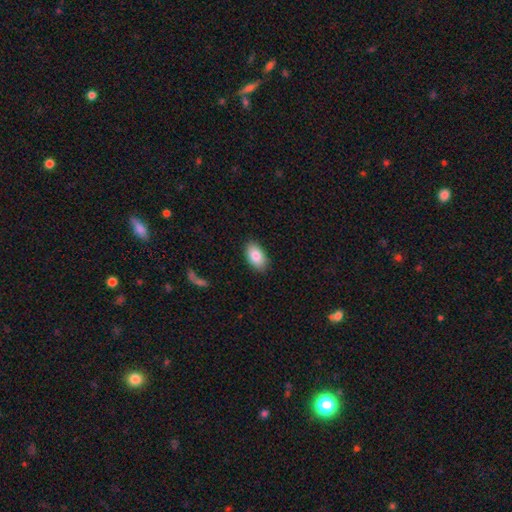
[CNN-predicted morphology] Smooth or featured: smooth — 85% (featured or disk — 8%)
How rounded: in between — 94% (round — 4%)
Merging: none — 88% (minor disturbance — 9%)